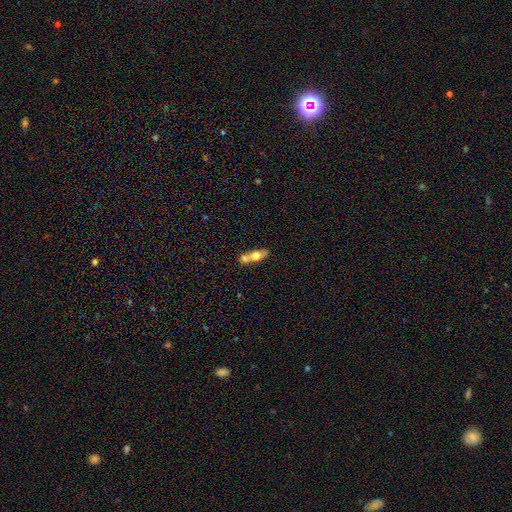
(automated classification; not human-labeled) Smooth or featured?
  - smooth: 61% *
  - featured or disk: 32%
  - star or artifact: 7%
How rounded?
  - in between: 62% *
  - cigar-shaped: 26%
  - round: 12%
Merging?
  - merger: 56% *
  - none: 30%
  - minor disturbance: 9%
  - major disturbance: 4%